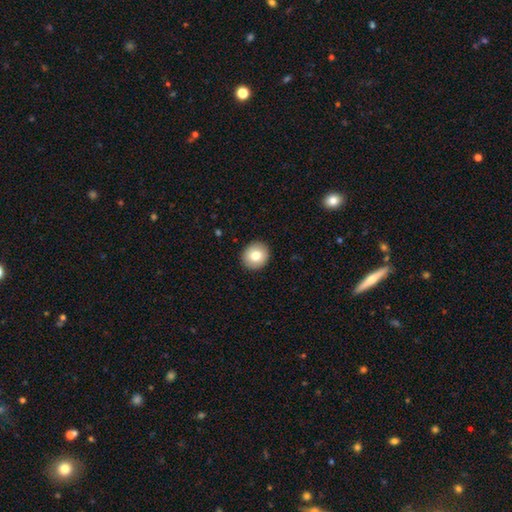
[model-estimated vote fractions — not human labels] Smooth or featured? smooth (78%)
How rounded? round (86%)
Merging? none (92%)